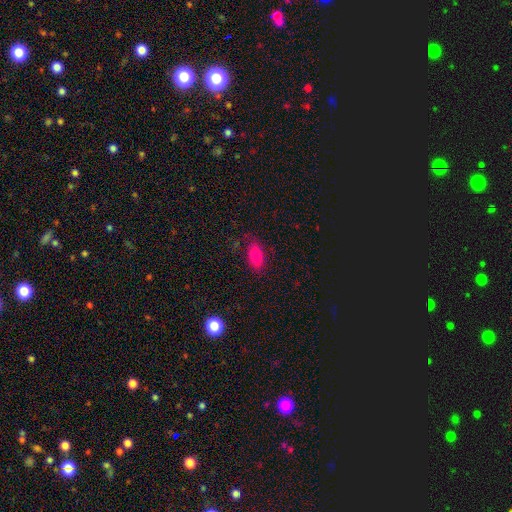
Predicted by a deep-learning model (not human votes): smooth 81%, featured or disk 10%, star or artifact 9%. Down the decision tree: how rounded — in between (90%); merging — none (77%).